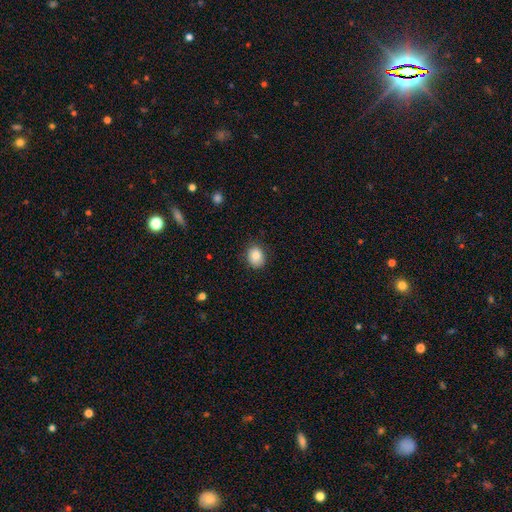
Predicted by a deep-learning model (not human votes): Q: Smooth or featured?
A: smooth (84%); runner-up: star or artifact (9%)
Q: How rounded?
A: round (56%); runner-up: in between (43%)
Q: Merging?
A: none (83%); runner-up: minor disturbance (14%)